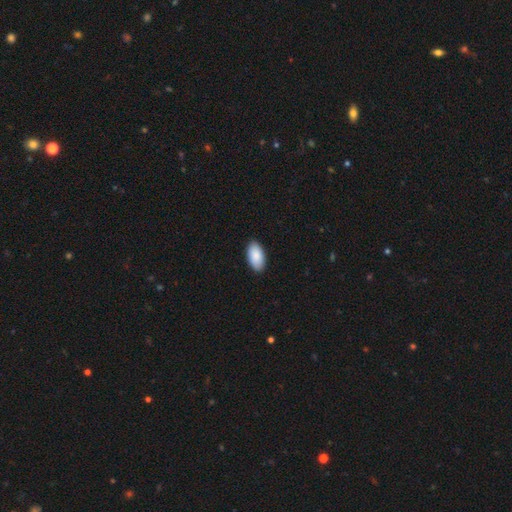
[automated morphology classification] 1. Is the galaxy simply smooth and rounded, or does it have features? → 90% smooth, 6% star or artifact, 4% featured or disk.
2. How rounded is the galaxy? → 96% in between, 2% round, 2% cigar-shaped.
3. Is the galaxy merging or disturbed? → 90% none, 8% minor disturbance, 2% major disturbance, 1% merger.